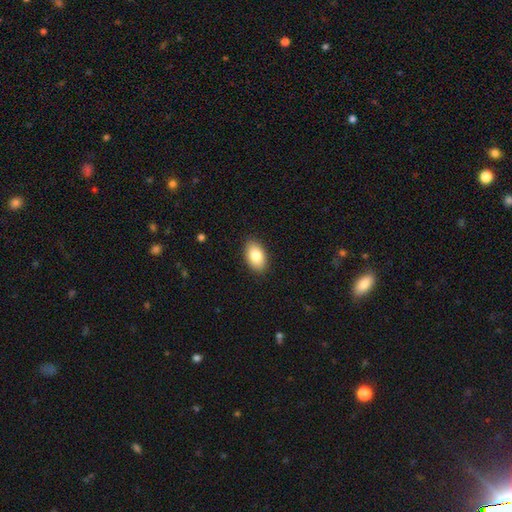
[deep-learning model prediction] smooth-or-featured: smooth: 84% | featured or disk: 9% | star or artifact: 7%
  how-rounded: in between: 91% | round: 7% | cigar-shaped: 1%
  merging: none: 89% | minor disturbance: 8% | major disturbance: 2% | merger: 1%